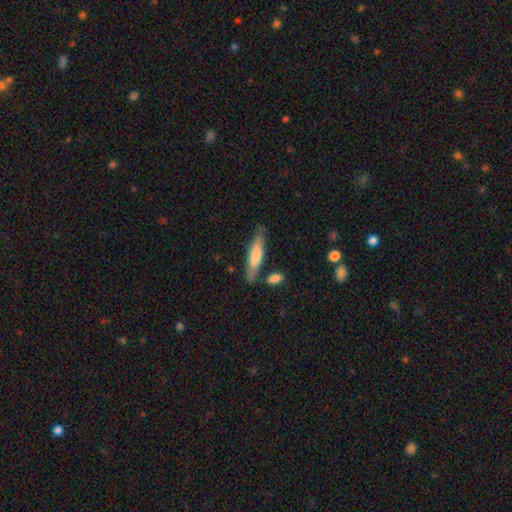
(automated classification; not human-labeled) Morphology: type=smooth (65%); roundness=cigar-shaped (78%); merging=none (74%).